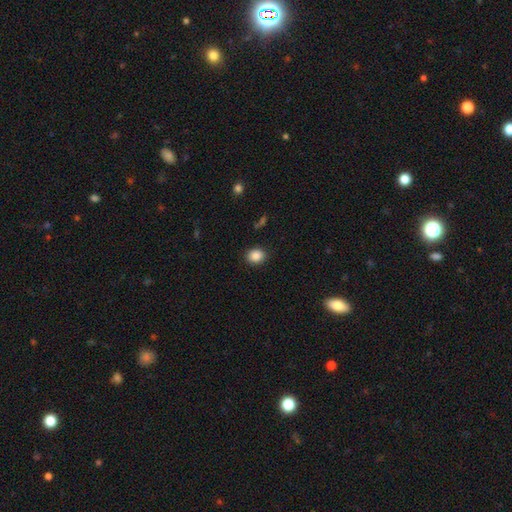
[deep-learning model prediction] Q: Smooth or featured?
A: smooth (87%); runner-up: star or artifact (9%)
Q: How rounded?
A: round (60%); runner-up: in between (40%)
Q: Merging?
A: none (89%); runner-up: minor disturbance (7%)